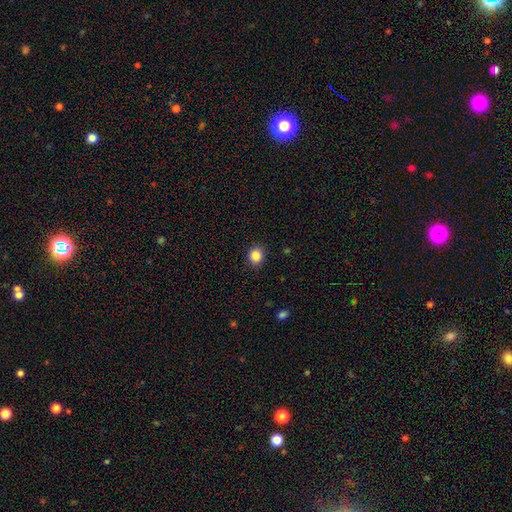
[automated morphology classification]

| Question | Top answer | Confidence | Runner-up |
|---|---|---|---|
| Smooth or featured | smooth | 86% | star or artifact (10%) |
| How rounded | round | 74% | in between (25%) |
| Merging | none | 90% | minor disturbance (7%) |